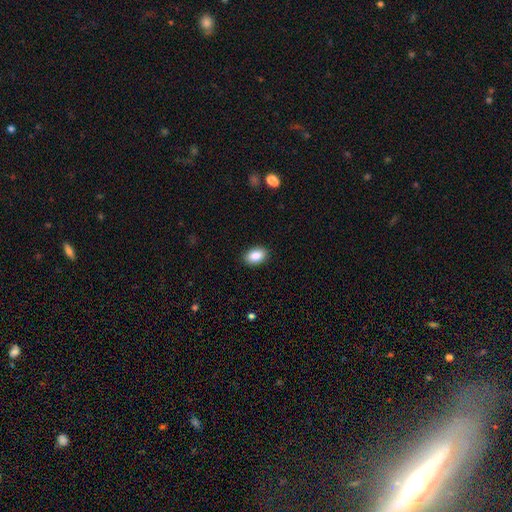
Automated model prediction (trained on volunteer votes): smooth 88%, star or artifact 7%, featured or disk 5%. Down the decision tree: how rounded — in between (88%); merging — none (89%).